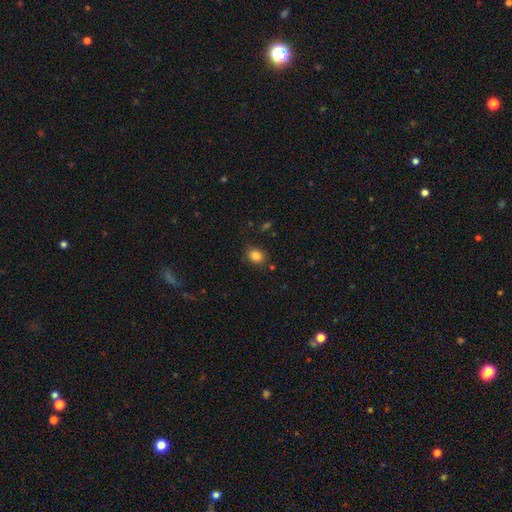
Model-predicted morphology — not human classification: This appears to be a smooth galaxy with no disk features (84%) that is round (59%). Merging: none (80%).